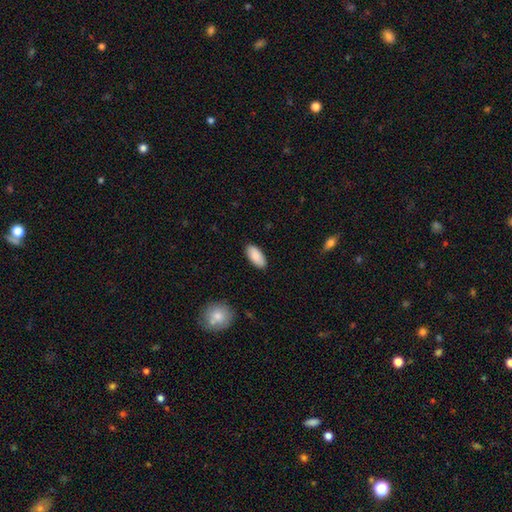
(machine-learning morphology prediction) A smooth galaxy with no disk features (90%) that is in between round and cigar-shaped (90%).

Vote fractions:
- Smooth or featured? smooth: 90% / star or artifact: 6% / featured or disk: 4%
- How rounded? in between: 90% / cigar-shaped: 8% / round: 2%
- Merging? none: 88% / minor disturbance: 9% / major disturbance: 2% / merger: 1%